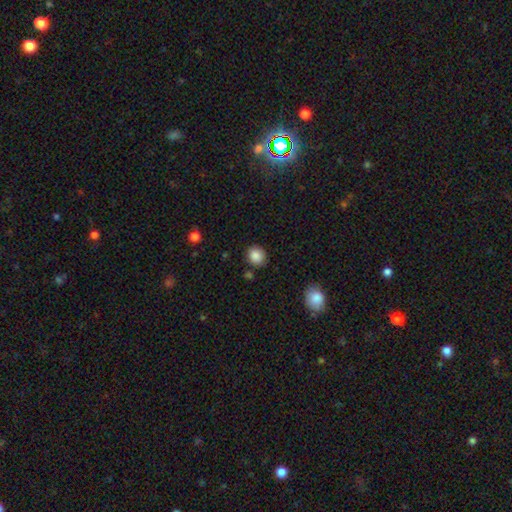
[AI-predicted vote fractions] Morphology: type=smooth (87%); roundness=round (78%); merging=none (85%).